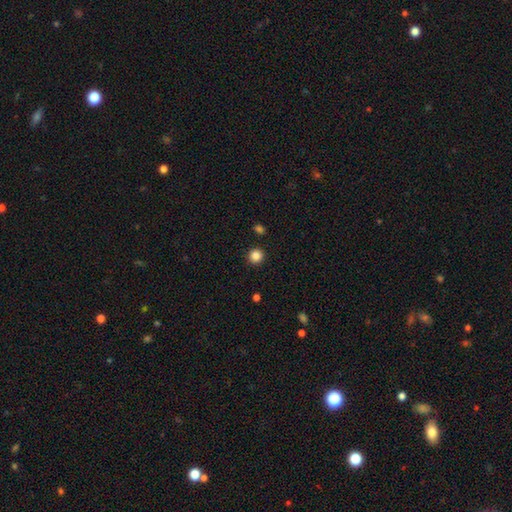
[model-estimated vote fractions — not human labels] A smooth galaxy with no disk features (85%) that is round (94%).

Vote fractions:
- Smooth or featured? smooth: 85% / star or artifact: 11% / featured or disk: 4%
- How rounded? round: 94% / in between: 5% / cigar-shaped: 1%
- Merging? none: 92% / minor disturbance: 5% / merger: 2% / major disturbance: 2%